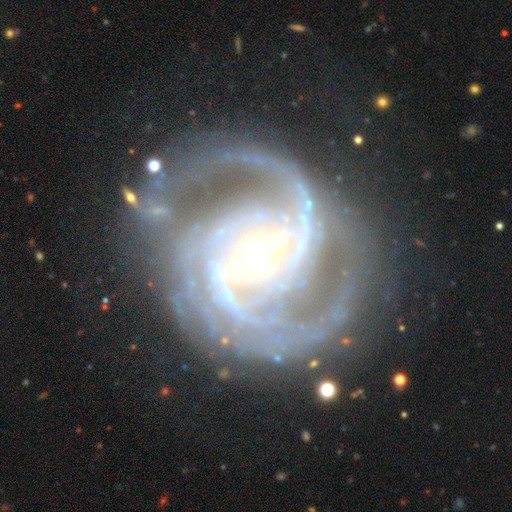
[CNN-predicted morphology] The model was most divided on "spiral winding": tight: 51%, medium: 41%, loose: 8%. Remaining: spiral arms — yes (98%); edge-on disk — no (97%); smooth or featured — featured or disk (92%); merging — none (72%); bulge size — moderate (59%); spiral arm count — 2 (51%); bar — strong (49%).